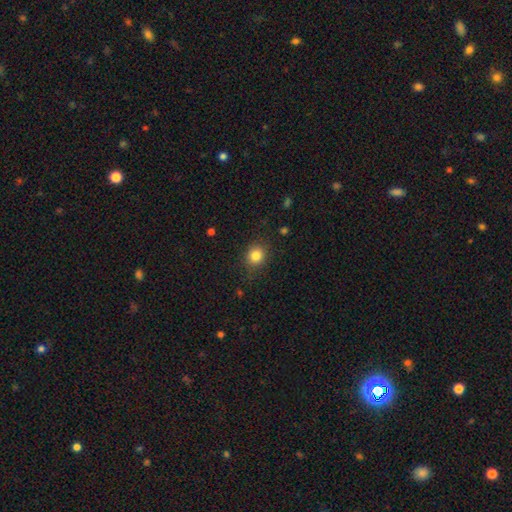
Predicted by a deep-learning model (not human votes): A smooth galaxy with no disk features (83%) that is round (77%). Merging: none (84%).